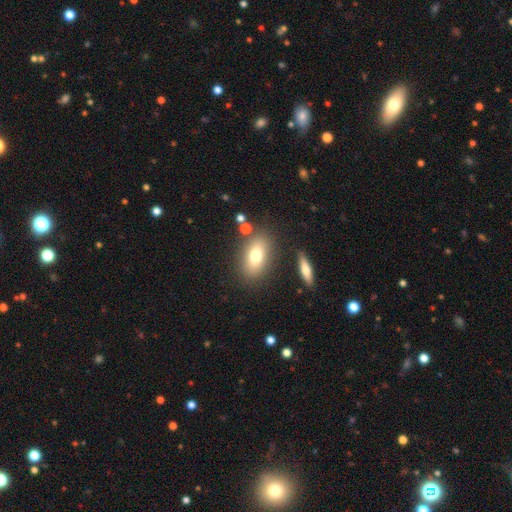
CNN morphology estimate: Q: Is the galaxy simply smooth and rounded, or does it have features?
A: smooth — 73%.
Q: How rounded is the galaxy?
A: in between — 84%.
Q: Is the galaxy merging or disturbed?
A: none — 79%.